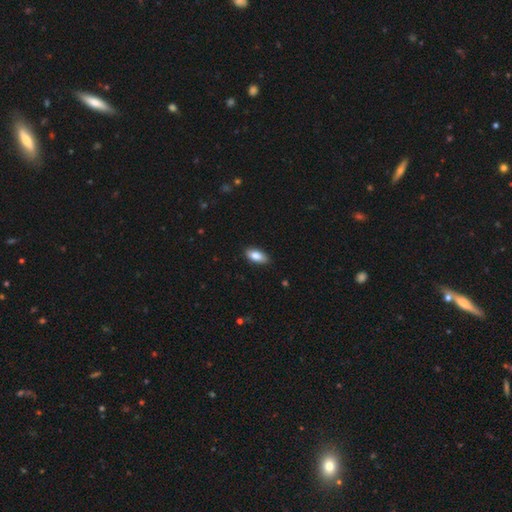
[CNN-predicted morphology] smooth_or_featured: smooth (p=0.84) [alt: featured or disk p=0.10]
how_rounded: in between (p=0.87) [alt: cigar-shaped p=0.10]
merging: none (p=0.87) [alt: minor disturbance p=0.11]